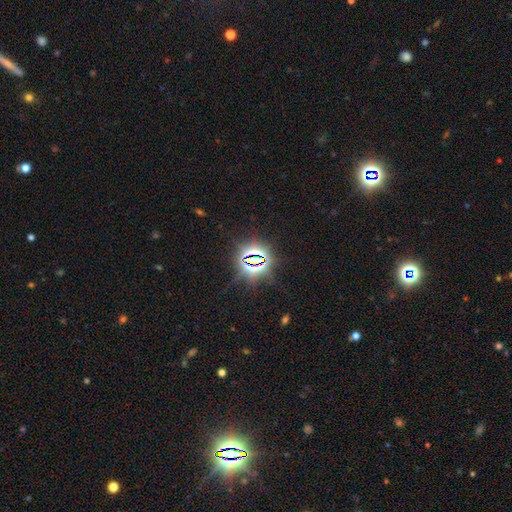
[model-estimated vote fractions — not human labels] Smooth or featured? star or artifact (83%)